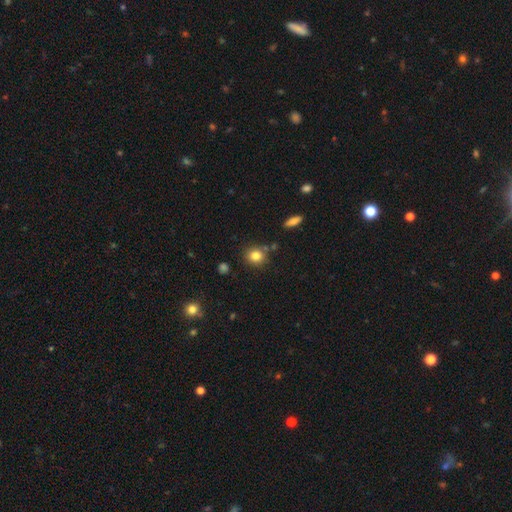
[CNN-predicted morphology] Smooth or featured? Predicted: smooth (p=0.82). How rounded? Predicted: round (p=0.80). Merging? Predicted: none (p=0.80).